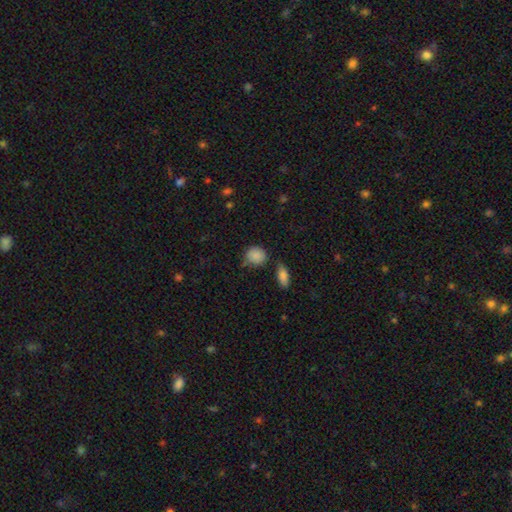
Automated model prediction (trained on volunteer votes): Smooth or featured? smooth (86%)
How rounded? round (70%)
Merging? none (65%)